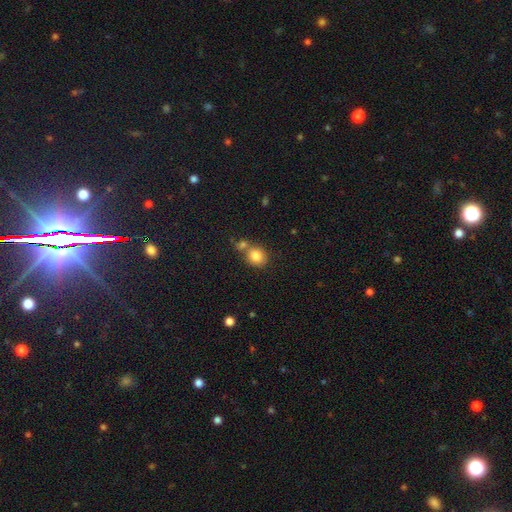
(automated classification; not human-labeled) Smooth or featured? Predicted: smooth (p=0.83). How rounded? Predicted: round (p=0.75). Merging? Predicted: none (p=0.56).